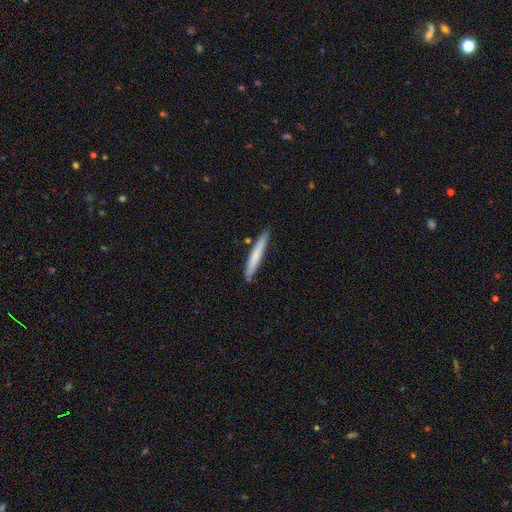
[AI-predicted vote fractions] This is likely a smooth galaxy (65%). How rounded: clearly cigar-shaped (96%). Merging: clearly none (86%).